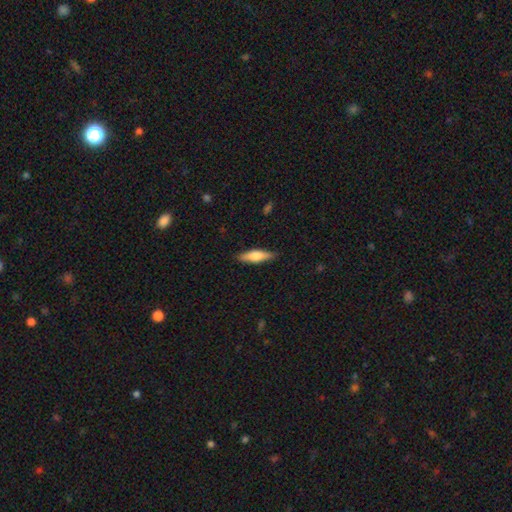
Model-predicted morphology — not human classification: smooth-or-featured: smooth: 64% | featured or disk: 30% | star or artifact: 6%
  how-rounded: cigar-shaped: 58% | in between: 40% | round: 2%
  merging: none: 87% | minor disturbance: 10% | major disturbance: 2% | merger: 1%